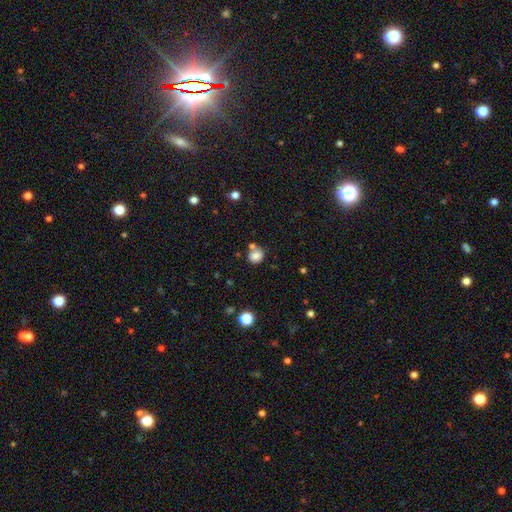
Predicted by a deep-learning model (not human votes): This is clearly a smooth galaxy (81%). How rounded: likely round (64%). Merging: possibly none (57%).